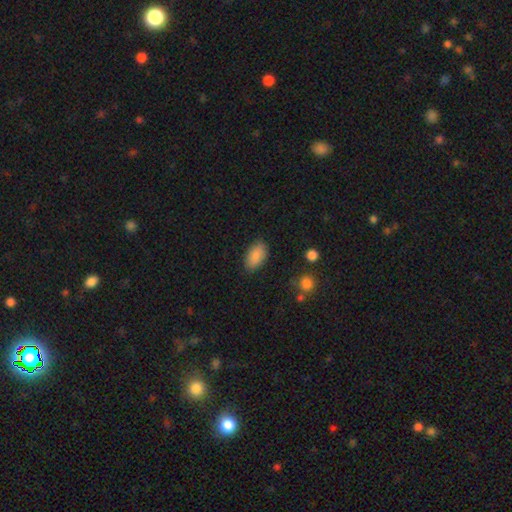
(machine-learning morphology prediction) A smooth galaxy with no disk features (87%) that is in between round and cigar-shaped (93%). Merging: none (83%).